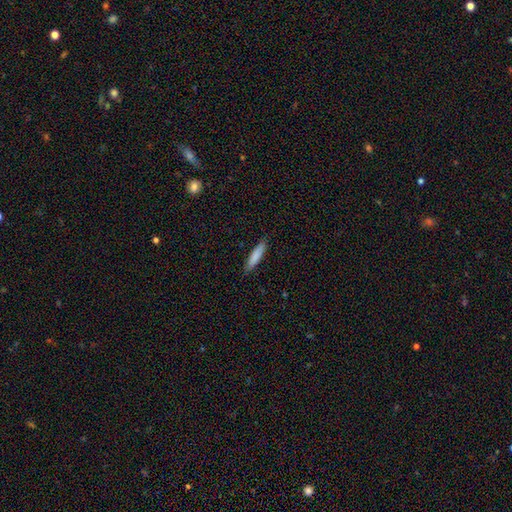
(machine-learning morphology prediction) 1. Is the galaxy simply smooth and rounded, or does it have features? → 84% smooth, 11% featured or disk, 6% star or artifact.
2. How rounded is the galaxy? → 84% cigar-shaped, 15% in between, 1% round.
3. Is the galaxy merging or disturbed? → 88% none, 9% minor disturbance, 2% major disturbance, 1% merger.